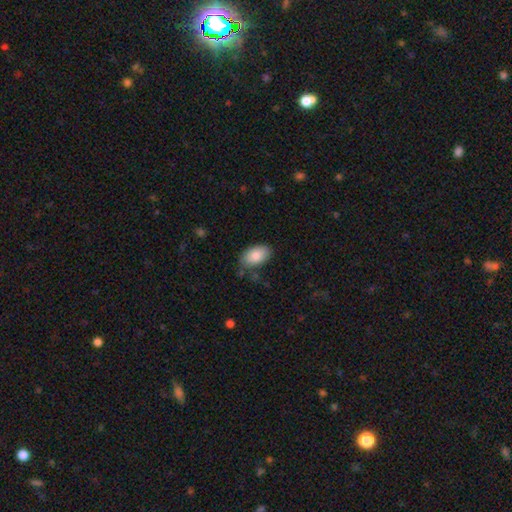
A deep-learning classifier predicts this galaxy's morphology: This appears to be a smooth galaxy with no disk features (86%) that is in between round and cigar-shaped (93%). Merging: none (77%).